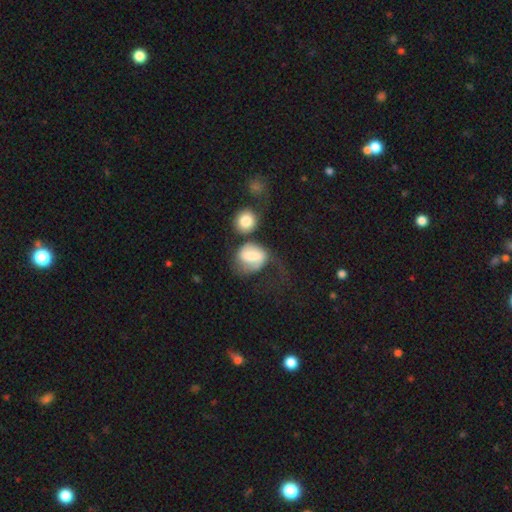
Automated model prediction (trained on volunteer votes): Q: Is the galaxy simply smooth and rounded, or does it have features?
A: smooth — 54%.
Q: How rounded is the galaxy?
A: in between — 50%.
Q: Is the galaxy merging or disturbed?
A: major disturbance — 33%.